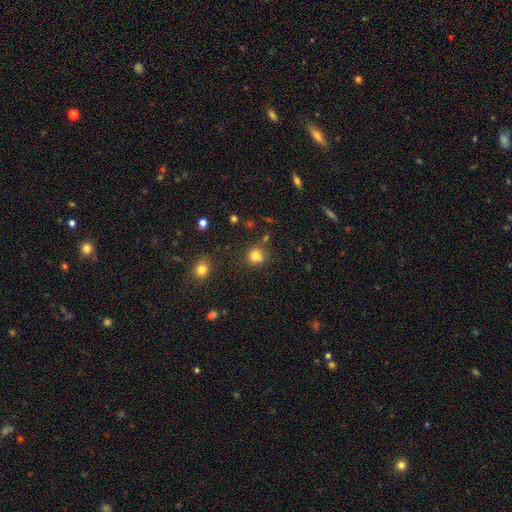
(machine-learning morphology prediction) The model was most divided on "merging": none: 67%, minor disturbance: 16%, merger: 12%, major disturbance: 5%. More confident: how rounded — round (82%); smooth or featured — smooth (79%).